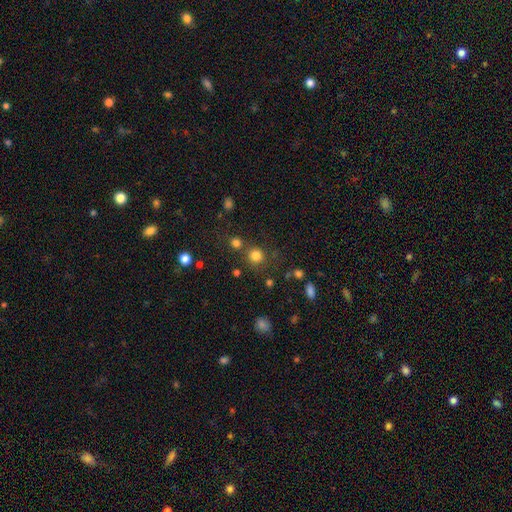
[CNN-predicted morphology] smooth 80%, star or artifact 15%, featured or disk 5%. Down the decision tree: how rounded — round (91%); merging — none (75%).